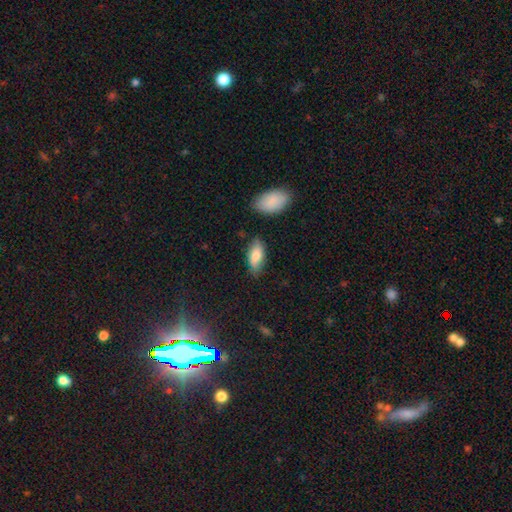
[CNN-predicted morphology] Smooth or featured?
  - smooth: 79% *
  - featured or disk: 15%
  - star or artifact: 6%
How rounded?
  - in between: 87% *
  - cigar-shaped: 10%
  - round: 3%
Merging?
  - none: 72% *
  - minor disturbance: 20%
  - major disturbance: 4%
  - merger: 4%